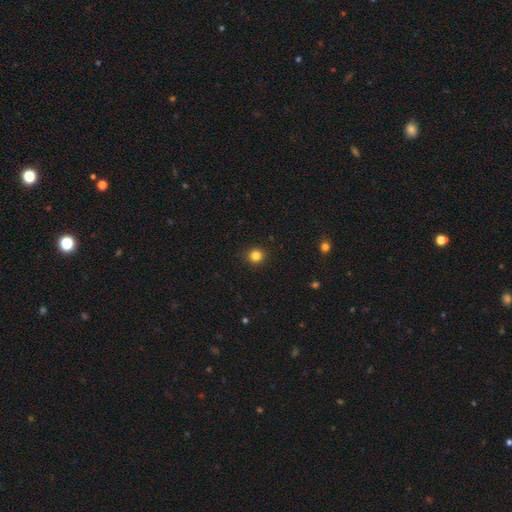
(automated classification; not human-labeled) This appears to be a smooth galaxy with no disk features (84%) that is round (94%). Merging: none (92%).